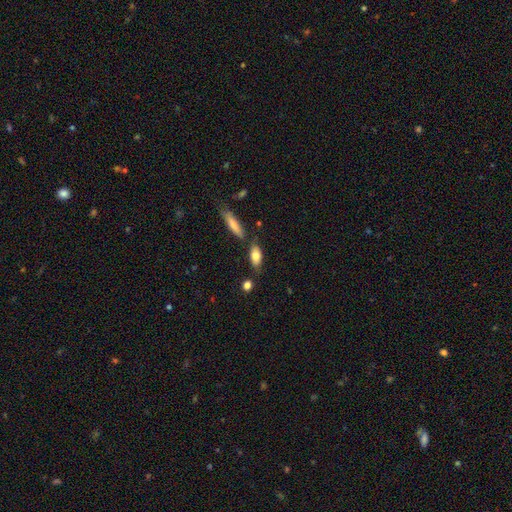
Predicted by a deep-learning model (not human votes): The model was most divided on "merging": none: 71%, minor disturbance: 16%, merger: 9%, major disturbance: 4%. More confident: how rounded — in between (81%); smooth or featured — smooth (77%).